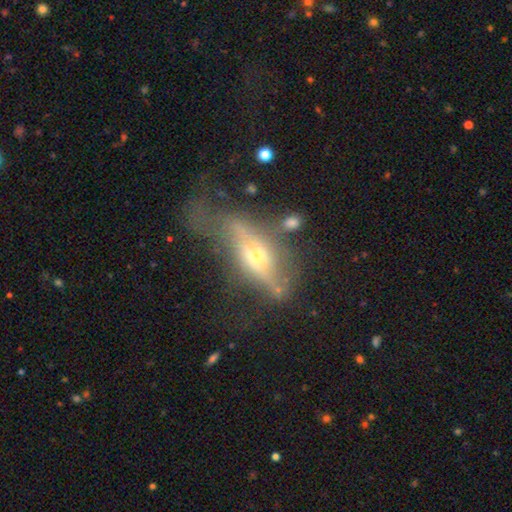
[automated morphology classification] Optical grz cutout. It shows a featured or disk galaxy (70%) viewed edge-on (57%). Merging: none (37%).